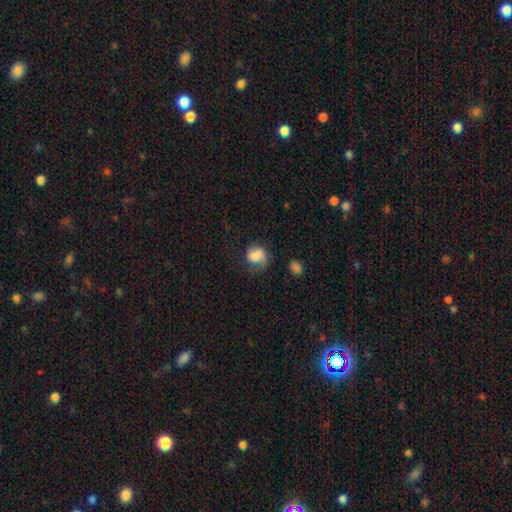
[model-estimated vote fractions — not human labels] A smooth galaxy with no disk features (68%) that is round (56%). Merging: none (49%).